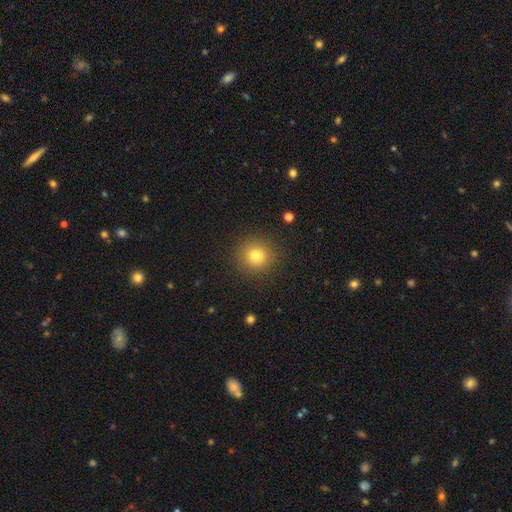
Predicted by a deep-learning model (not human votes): Q: Smooth or featured?
A: smooth (77%); runner-up: star or artifact (14%)
Q: How rounded?
A: round (93%); runner-up: in between (6%)
Q: Merging?
A: none (90%); runner-up: minor disturbance (6%)